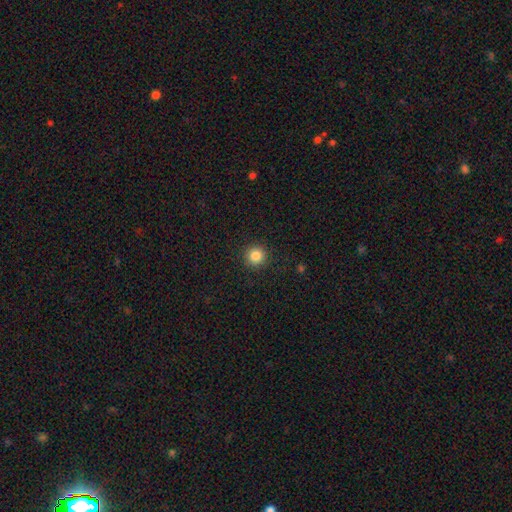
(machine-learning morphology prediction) smooth-or-featured: smooth: 84% | star or artifact: 12% | featured or disk: 4%
  how-rounded: round: 94% | in between: 5% | cigar-shaped: 1%
  merging: none: 91% | minor disturbance: 6% | major disturbance: 2% | merger: 1%